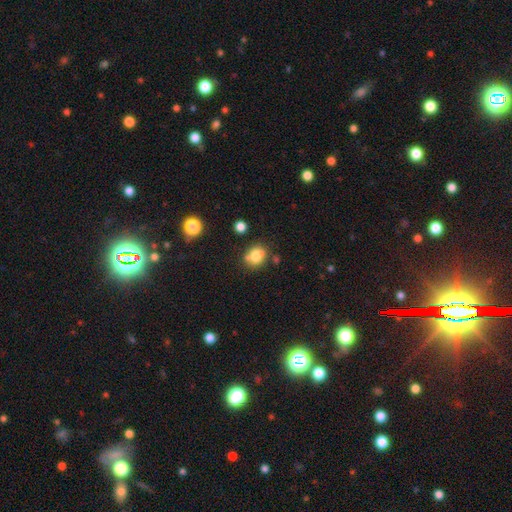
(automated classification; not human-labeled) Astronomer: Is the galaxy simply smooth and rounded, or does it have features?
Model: smooth — 75%.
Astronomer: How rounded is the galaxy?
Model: round — 64%.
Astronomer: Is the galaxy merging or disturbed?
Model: none — 61%.